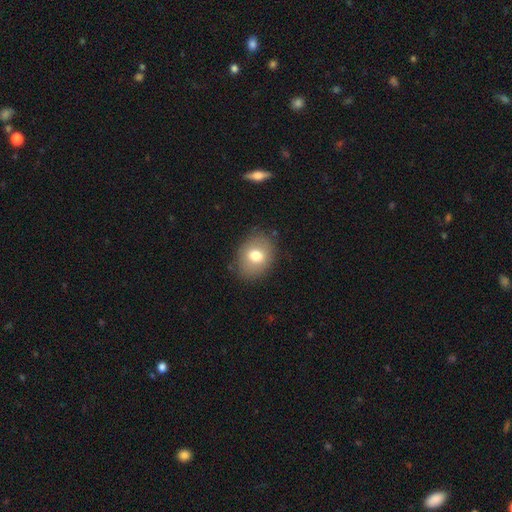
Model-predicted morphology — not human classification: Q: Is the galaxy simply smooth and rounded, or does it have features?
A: smooth — 73%.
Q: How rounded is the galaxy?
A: in between — 53%.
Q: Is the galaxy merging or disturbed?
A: none — 83%.